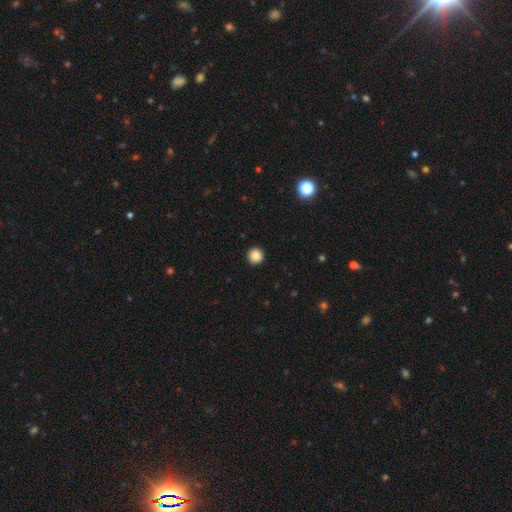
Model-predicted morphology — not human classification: The model was most divided on "smooth or featured": smooth: 87%, star or artifact: 10%, featured or disk: 3%. More confident: how rounded — round (95%); merging — none (93%).